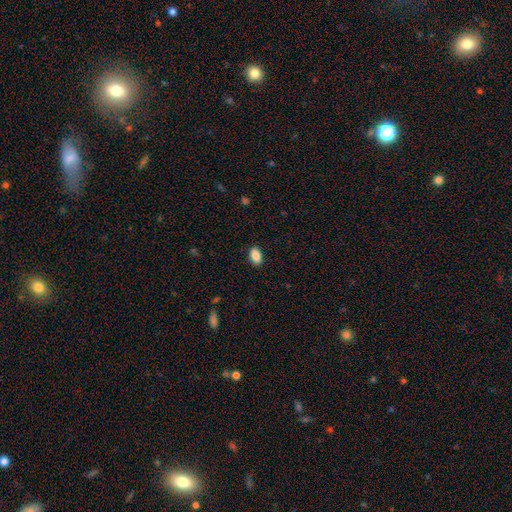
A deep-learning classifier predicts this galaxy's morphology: Smooth or featured? smooth (88%)
How rounded? in between (90%)
Merging? none (88%)